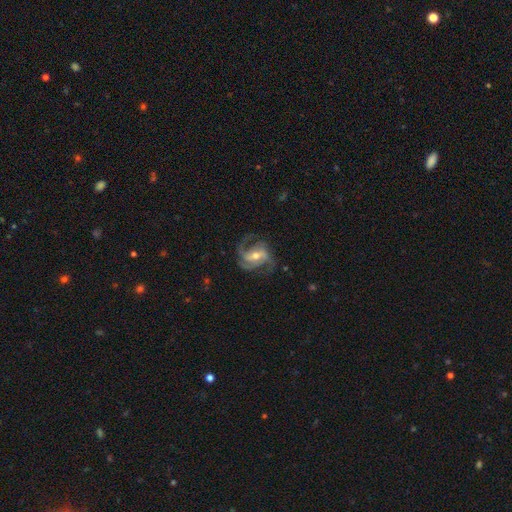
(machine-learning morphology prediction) Smooth or featured: featured or disk — 89% (smooth — 6%)
Edge-on disk: no — 98% (yes — 2%)
Bar: weak — 42% (strong — 35%)
Spiral arms: yes — 97% (no — 3%)
Spiral winding: medium — 53% (tight — 25%)
Spiral arm count: 3 — 54% (2 — 21%)
Bulge size: moderate — 61% (small — 33%)
Merging: none — 66% (minor disturbance — 18%)